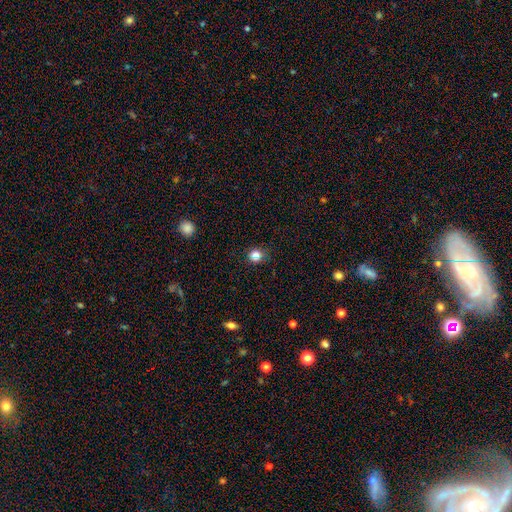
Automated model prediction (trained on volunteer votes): This is clearly a smooth galaxy (81%). How rounded: clearly round (84%). Merging: clearly none (82%).